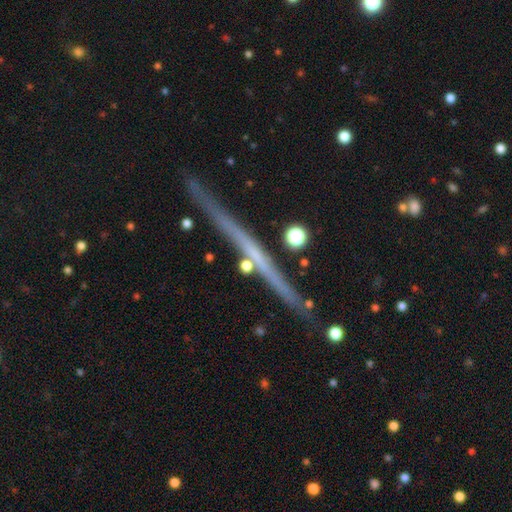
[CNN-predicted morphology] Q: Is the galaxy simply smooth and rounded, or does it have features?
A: featured or disk — 69%.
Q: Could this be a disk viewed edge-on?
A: yes — 97%.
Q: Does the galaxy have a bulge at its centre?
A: none — 73%.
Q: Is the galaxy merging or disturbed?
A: none — 86%.